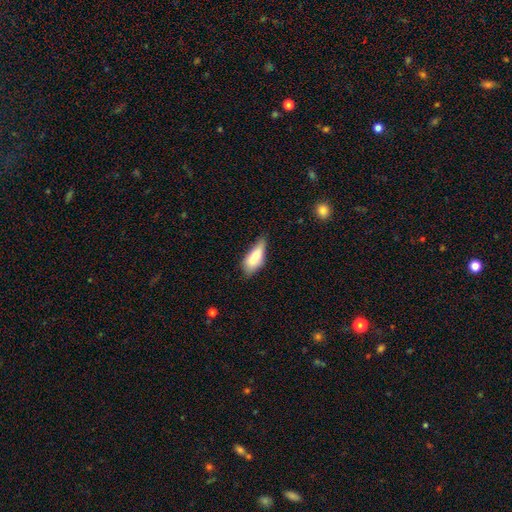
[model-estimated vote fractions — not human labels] A smooth galaxy with no disk features (70%) that is in between round and cigar-shaped (79%). Merging: none (49%).